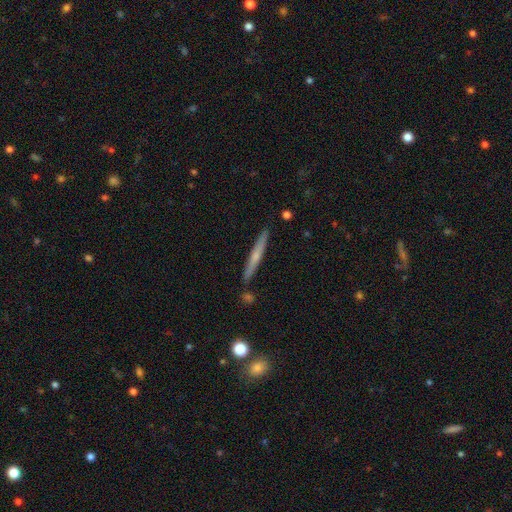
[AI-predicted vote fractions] The model was most divided on "smooth or featured": featured or disk: 52%, smooth: 42%, star or artifact: 6%. More confident: edge-on disk — yes (96%); merging — none (88%); edge-on bulge — rounded (53%).